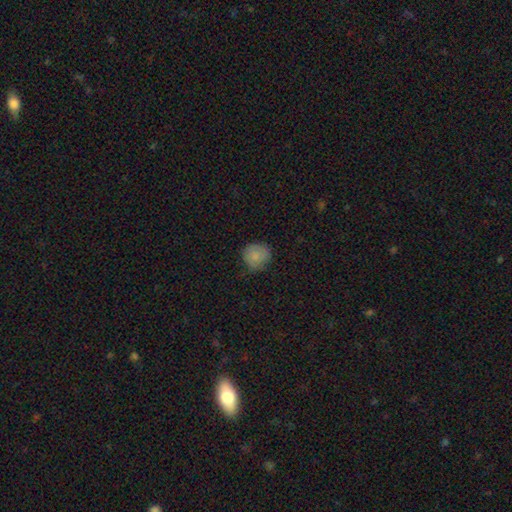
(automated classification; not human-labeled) smooth-or-featured: smooth: 83% | star or artifact: 9% | featured or disk: 8%
  how-rounded: round: 88% | in between: 11% | cigar-shaped: 1%
  merging: none: 74% | minor disturbance: 21% | major disturbance: 4% | merger: 1%